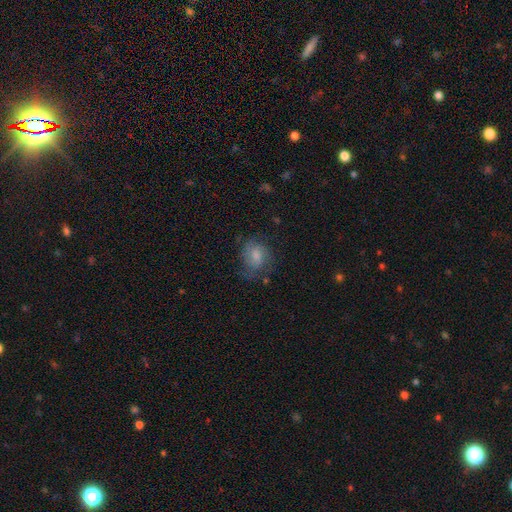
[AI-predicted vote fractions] The model was most divided on "how rounded": round: 59%, in between: 40%, cigar-shaped: 1%. More confident: smooth or featured — smooth (60%); merging — none (56%).